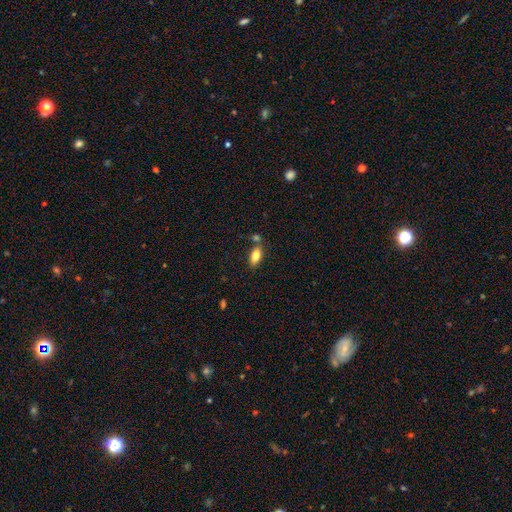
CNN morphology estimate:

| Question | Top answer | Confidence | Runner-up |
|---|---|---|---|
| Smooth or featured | smooth | 80% | featured or disk (12%) |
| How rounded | in between | 88% | cigar-shaped (8%) |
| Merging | none | 69% | merger (16%) |